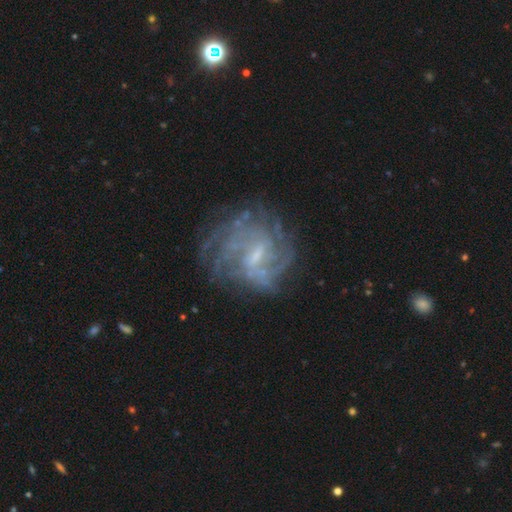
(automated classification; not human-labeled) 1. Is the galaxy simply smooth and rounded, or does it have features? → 83% featured or disk, 9% star or artifact, 8% smooth.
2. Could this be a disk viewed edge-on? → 98% no, 2% yes.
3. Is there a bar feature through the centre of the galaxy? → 59% weak, 21% no, 20% strong.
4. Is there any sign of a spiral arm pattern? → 89% yes, 11% no.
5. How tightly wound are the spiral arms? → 51% tight, 35% medium, 14% loose.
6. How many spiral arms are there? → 45% can't tell, 15% 4, 13% 3, 12% 2, 8% more than 4, 6% 1.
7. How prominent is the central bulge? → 55% small, 24% moderate, 18% none, 2% large, 1% dominant.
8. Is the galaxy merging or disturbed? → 68% none, 17% minor disturbance, 13% major disturbance, 2% merger.